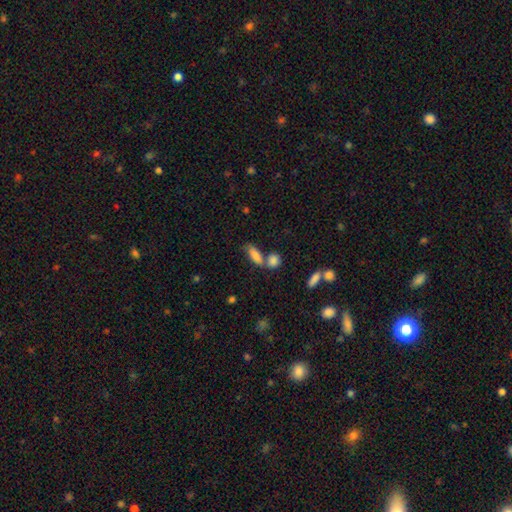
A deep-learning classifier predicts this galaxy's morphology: Overall: smooth (79%). How rounded: in between (66%; cigar-shaped 29%). Merging: none (42%; merger 40%).